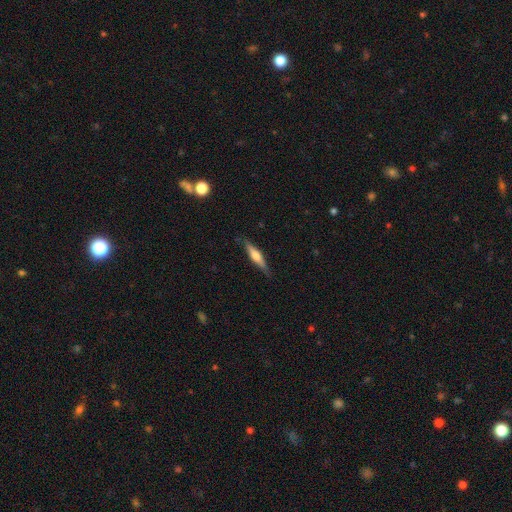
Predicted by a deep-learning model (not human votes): A featured or disk galaxy (58%) viewed edge-on (96%) with a rounded central bulge (83%). Merging: none (86%).